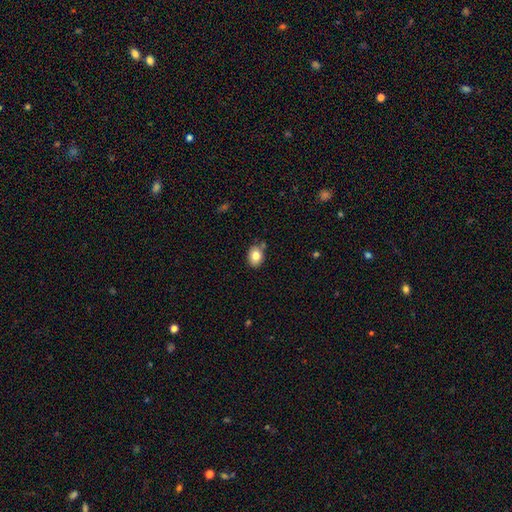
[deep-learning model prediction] The model was most divided on "how rounded": in between: 66%, round: 33%, cigar-shaped: 1%. More confident: smooth or featured — smooth (81%); merging — none (77%).